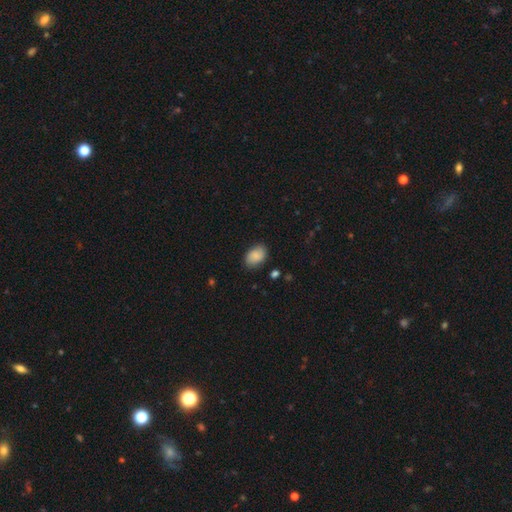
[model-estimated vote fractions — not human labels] Smooth or featured: smooth — 85% (featured or disk — 8%)
How rounded: in between — 85% (round — 14%)
Merging: none — 81% (minor disturbance — 15%)